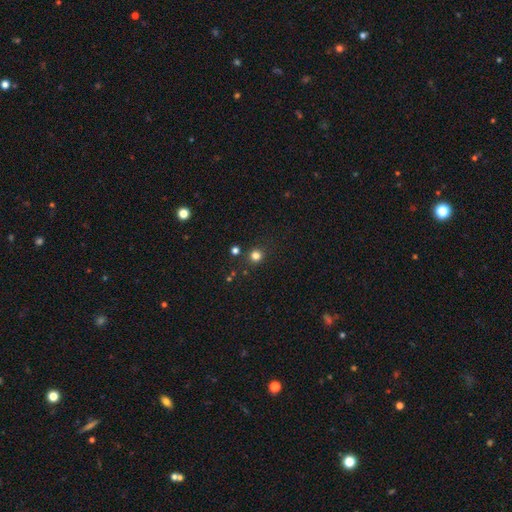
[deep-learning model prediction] Smooth or featured: smooth — 78% (star or artifact — 17%)
How rounded: round — 92% (in between — 7%)
Merging: none — 87% (minor disturbance — 7%)